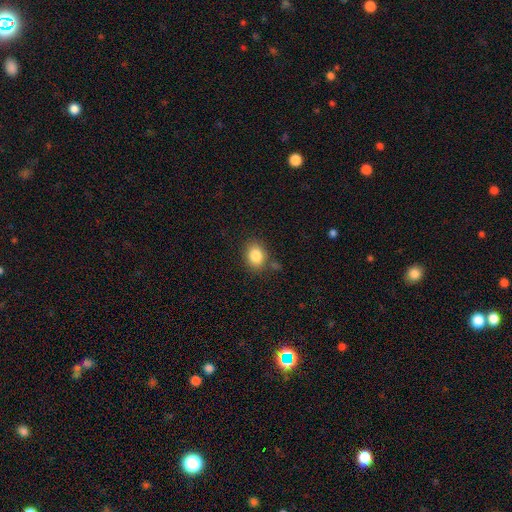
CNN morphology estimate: Overall: smooth (85%). How rounded: in between (53%; round 46%). Merging: none (78%).